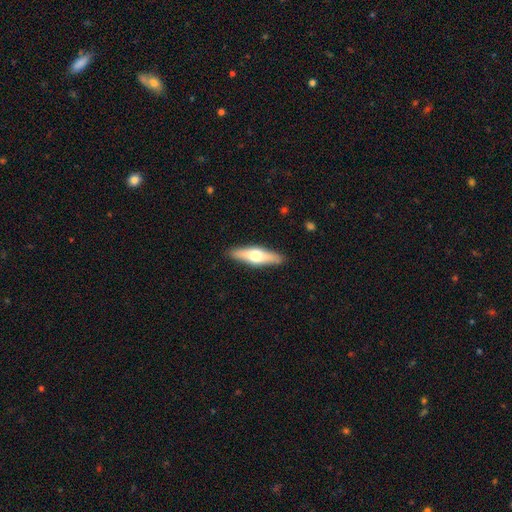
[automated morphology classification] A featured or disk galaxy (48%). Merging: none (89%).